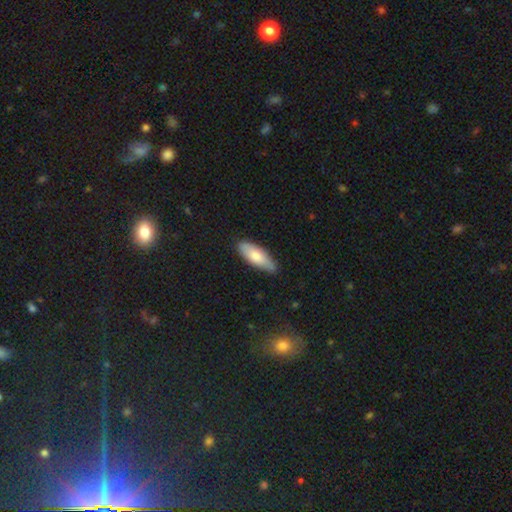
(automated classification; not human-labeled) Smooth or featured?
  - smooth: 71% *
  - featured or disk: 23%
  - star or artifact: 6%
How rounded?
  - in between: 68% *
  - cigar-shaped: 30%
  - round: 2%
Merging?
  - none: 80% *
  - minor disturbance: 16%
  - major disturbance: 2%
  - merger: 1%